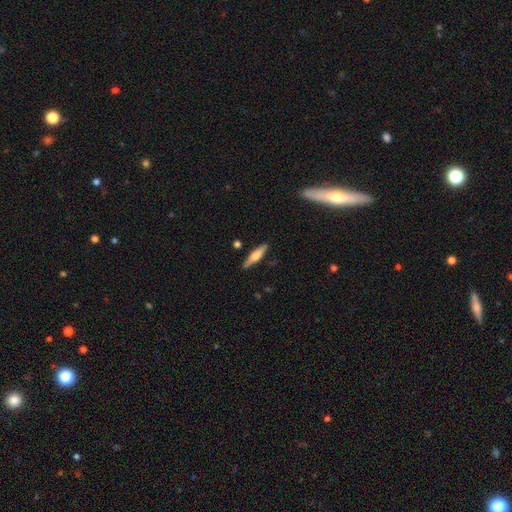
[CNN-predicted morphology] A featured or disk galaxy (49%).

Vote fractions:
- Smooth or featured? featured or disk: 49% / smooth: 45% / star or artifact: 6%
- Merging? none: 87% / minor disturbance: 10% / major disturbance: 2% / merger: 2%